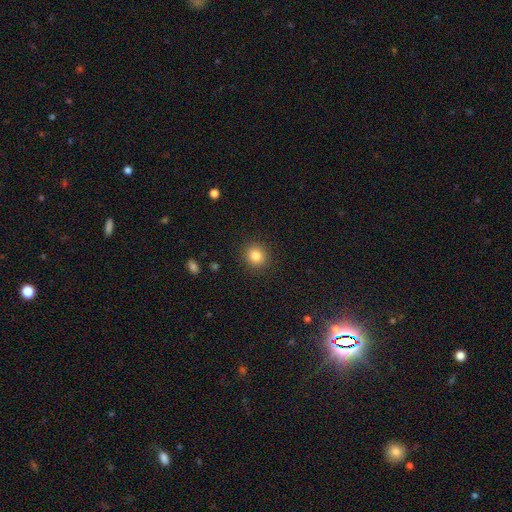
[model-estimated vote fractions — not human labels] Smooth or featured: smooth — 84% (star or artifact — 11%)
How rounded: round — 86% (in between — 13%)
Merging: none — 90% (minor disturbance — 6%)